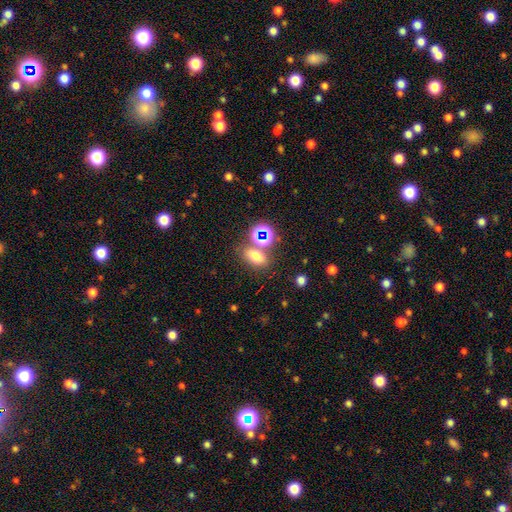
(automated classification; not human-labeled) This appears to be a smooth galaxy with no disk features (67%) that is in between round and cigar-shaped (71%). Merging: none (65%).